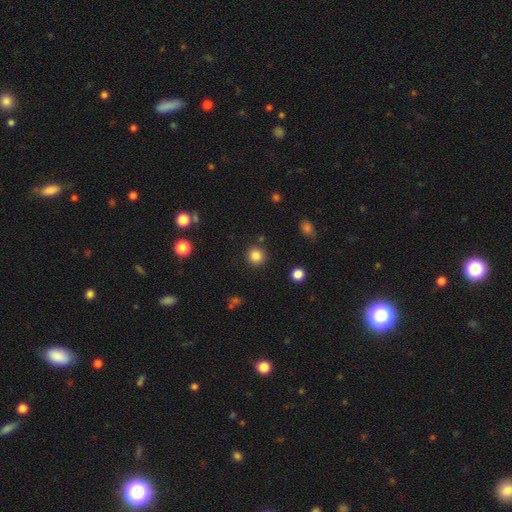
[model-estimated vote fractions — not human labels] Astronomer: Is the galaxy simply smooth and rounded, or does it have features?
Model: smooth — 84%.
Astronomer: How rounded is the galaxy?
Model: round — 93%.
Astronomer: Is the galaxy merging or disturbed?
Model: none — 89%.